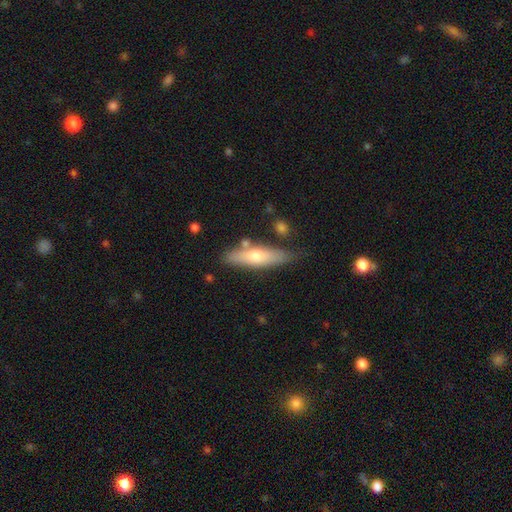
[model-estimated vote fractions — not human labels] Overall: smooth (53%; featured or disk 41%). How rounded: cigar-shaped (66%; in between 32%). Merging: none (76%).